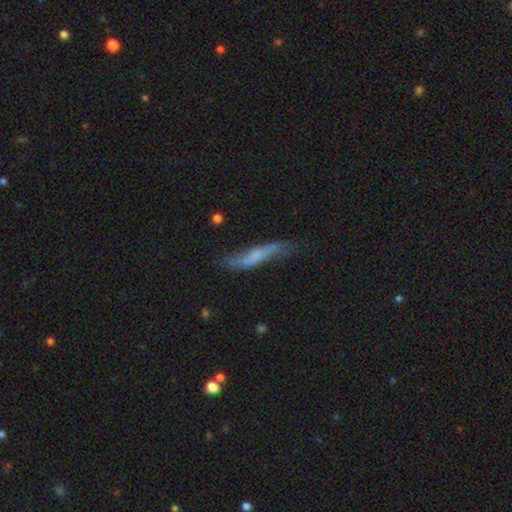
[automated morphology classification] Smooth or featured? featured or disk (49%)
Merging? none (56%)